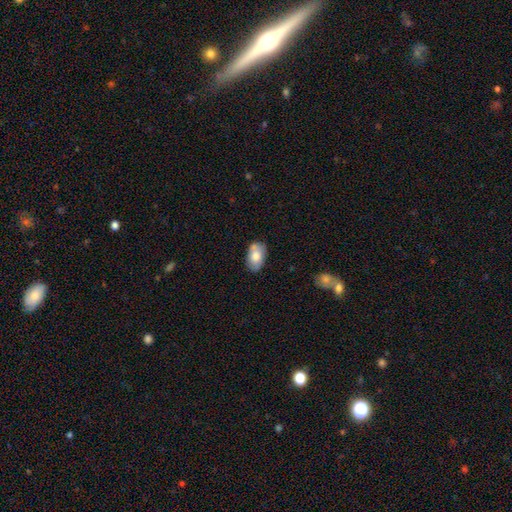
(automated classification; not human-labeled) Overall: smooth (74%). How rounded: in between (91%). Merging: none (70%).